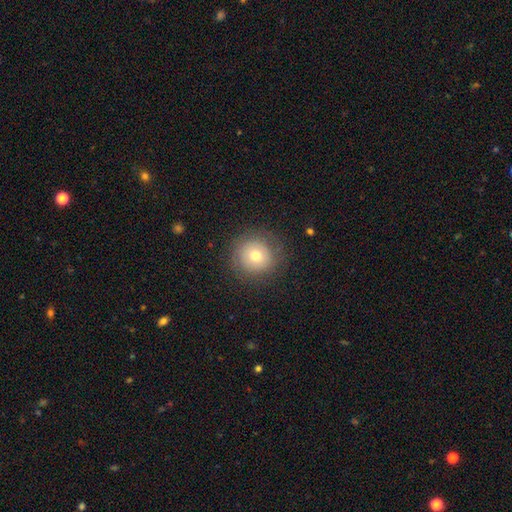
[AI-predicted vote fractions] Smooth or featured? Predicted: smooth (p=0.68). How rounded? Predicted: round (p=0.94). Merging? Predicted: none (p=0.84).